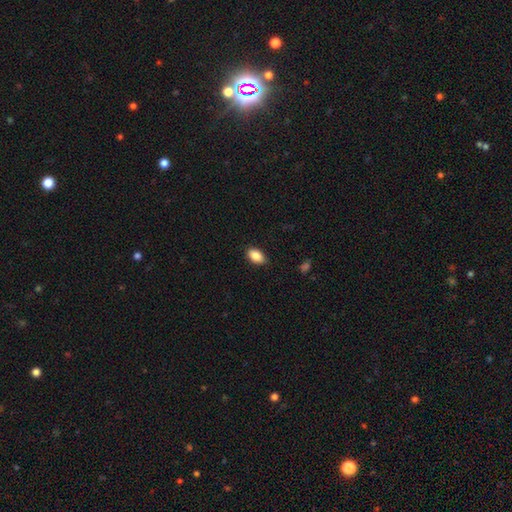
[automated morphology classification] type=smooth (87%); roundness=in between (91%); merging=none (86%).